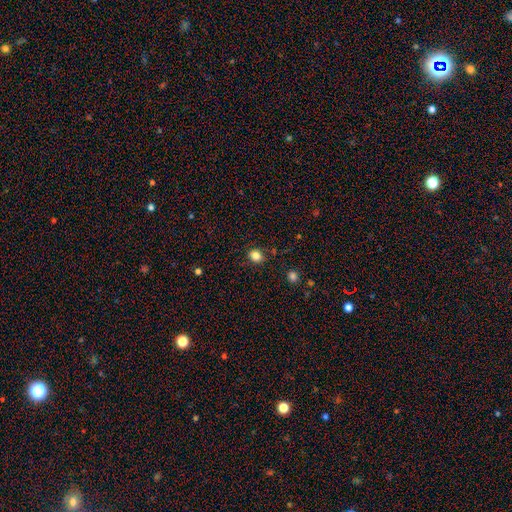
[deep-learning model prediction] This appears to be a smooth galaxy with no disk features (83%) that is round (61%). Merging: none (85%).